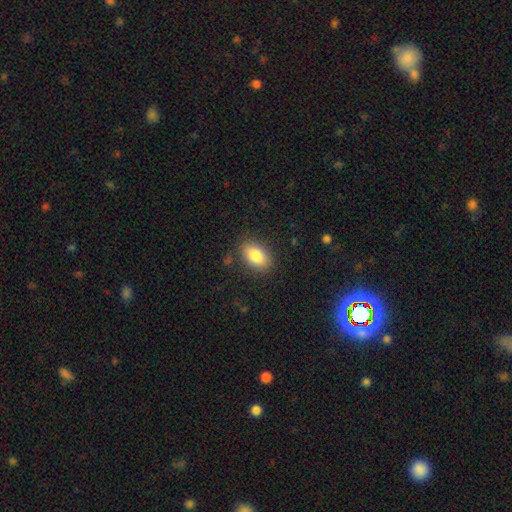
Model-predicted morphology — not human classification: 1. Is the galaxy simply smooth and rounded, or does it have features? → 85% smooth, 8% featured or disk, 7% star or artifact.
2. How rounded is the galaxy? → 88% in between, 10% round, 2% cigar-shaped.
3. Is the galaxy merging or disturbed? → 85% none, 10% minor disturbance, 3% major disturbance, 1% merger.